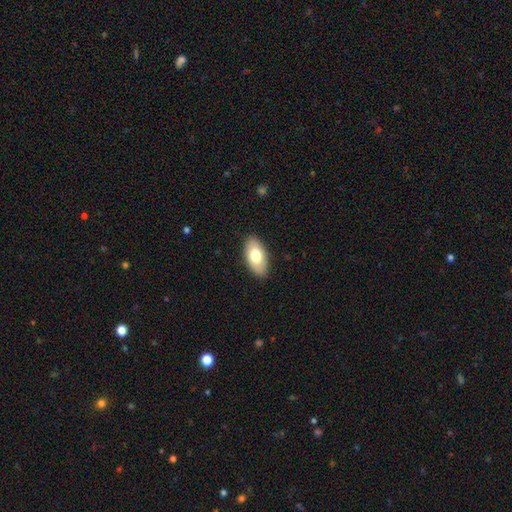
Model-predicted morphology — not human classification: type=smooth (74%); roundness=in between (94%); merging=none (87%).